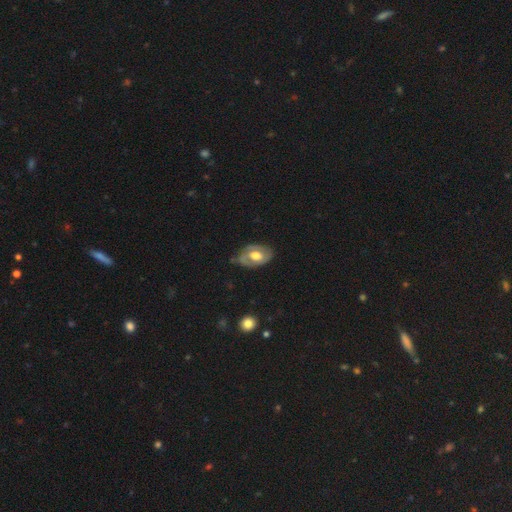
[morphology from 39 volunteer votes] A featured or disk galaxy (72%) with no bar (61%), 2 (65%) tight (47%, tied with medium) spiral arms (74%) and a moderate central bulge (70%). Merging: none (54%).